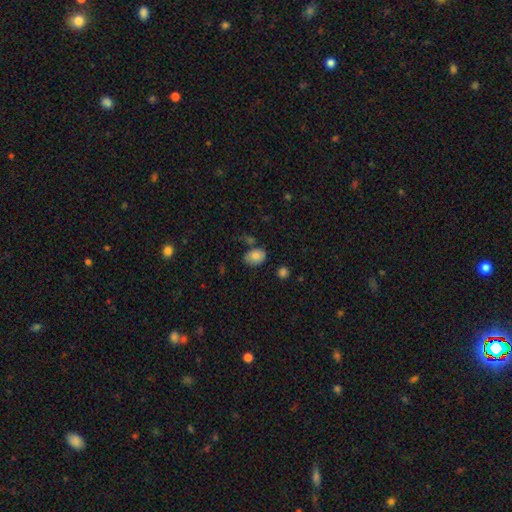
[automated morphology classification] A smooth galaxy with no disk features (81%) that is in between round and cigar-shaped (72%). Merging: none (67%).